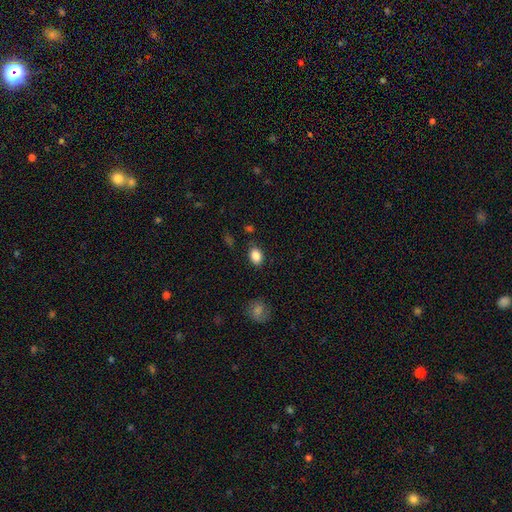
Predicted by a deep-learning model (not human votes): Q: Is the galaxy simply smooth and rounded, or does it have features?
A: smooth — 86%.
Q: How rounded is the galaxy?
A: in between — 73%.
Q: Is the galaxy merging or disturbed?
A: none — 84%.